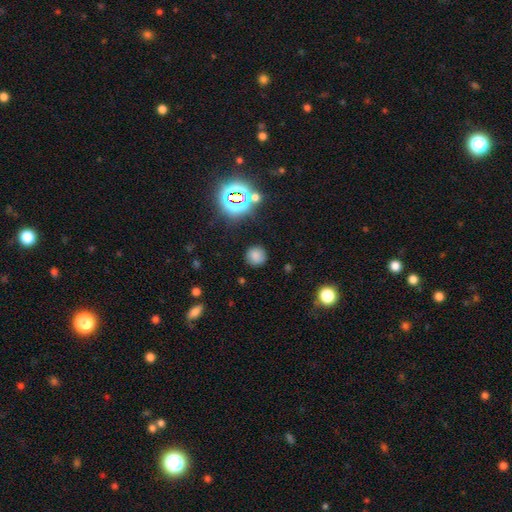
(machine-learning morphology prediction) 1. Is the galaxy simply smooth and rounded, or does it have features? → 75% smooth, 19% star or artifact, 6% featured or disk.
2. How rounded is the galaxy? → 91% round, 8% in between, 1% cigar-shaped.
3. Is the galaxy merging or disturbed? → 87% none, 8% minor disturbance, 3% major disturbance, 2% merger.